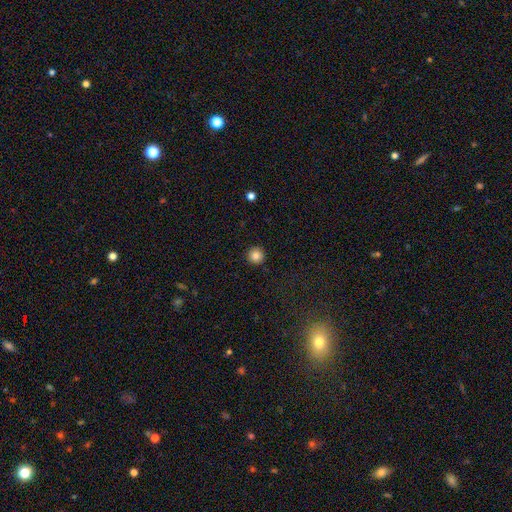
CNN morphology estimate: A smooth galaxy with no disk features (83%) that is round (96%).

Vote fractions:
- Smooth or featured? smooth: 83% / star or artifact: 11% / featured or disk: 6%
- How rounded? round: 96% / in between: 3% / cigar-shaped: 1%
- Merging? none: 93% / minor disturbance: 5% / major disturbance: 2% / merger: 1%